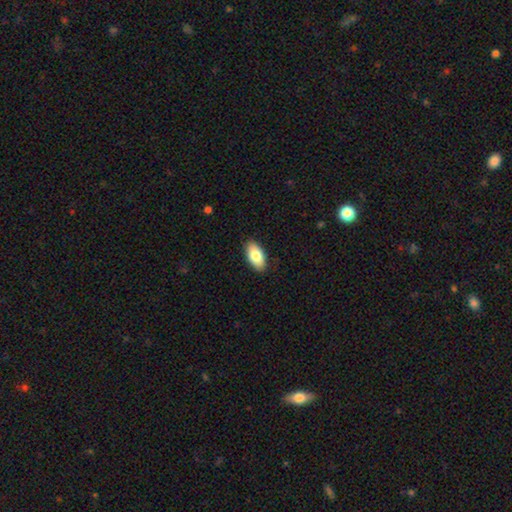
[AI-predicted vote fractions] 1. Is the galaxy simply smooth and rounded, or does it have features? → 82% smooth, 12% featured or disk, 6% star or artifact.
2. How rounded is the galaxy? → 94% in between, 3% cigar-shaped, 3% round.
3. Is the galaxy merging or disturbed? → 90% none, 8% minor disturbance, 2% major disturbance, 1% merger.